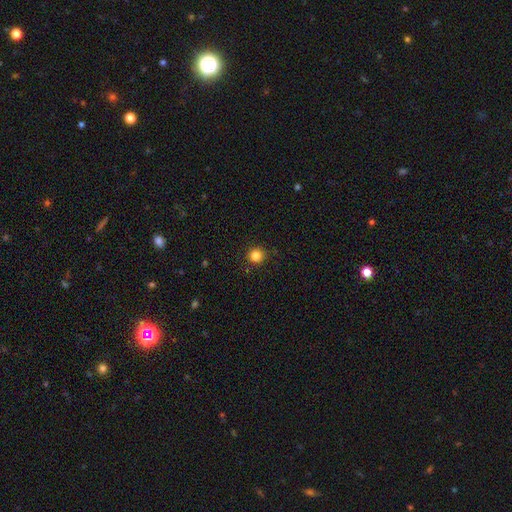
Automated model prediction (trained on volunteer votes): This appears to be a smooth galaxy with no disk features (83%) that is round (94%). Merging: none (91%).